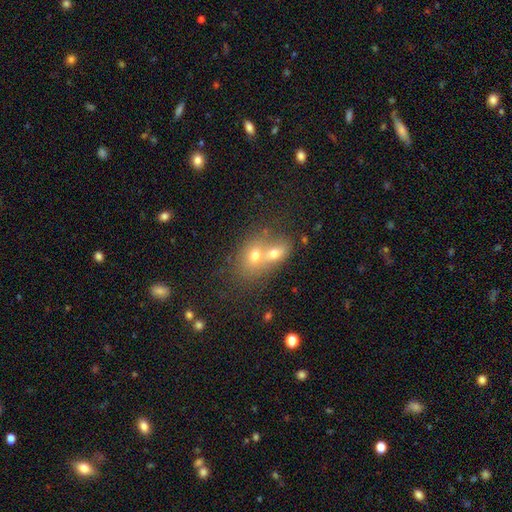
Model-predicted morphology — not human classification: Q: Smooth or featured?
A: smooth (57%); runner-up: featured or disk (24%)
Q: How rounded?
A: round (55%); runner-up: in between (43%)
Q: Merging?
A: merger (66%); runner-up: none (25%)